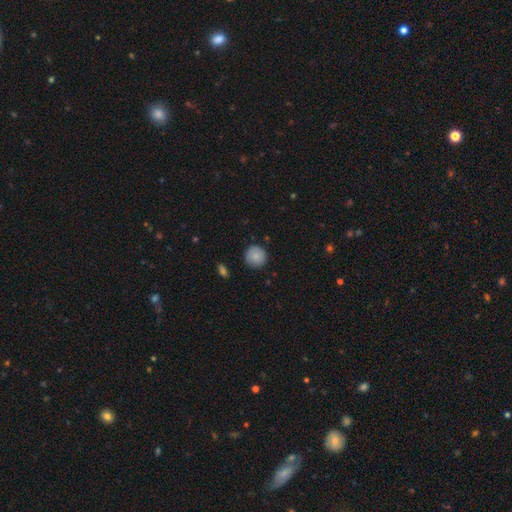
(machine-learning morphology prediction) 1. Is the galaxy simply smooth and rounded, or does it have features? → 84% smooth, 9% featured or disk, 7% star or artifact.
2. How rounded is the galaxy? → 93% round, 6% in between, 1% cigar-shaped.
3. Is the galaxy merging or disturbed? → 85% none, 11% minor disturbance, 2% major disturbance, 1% merger.